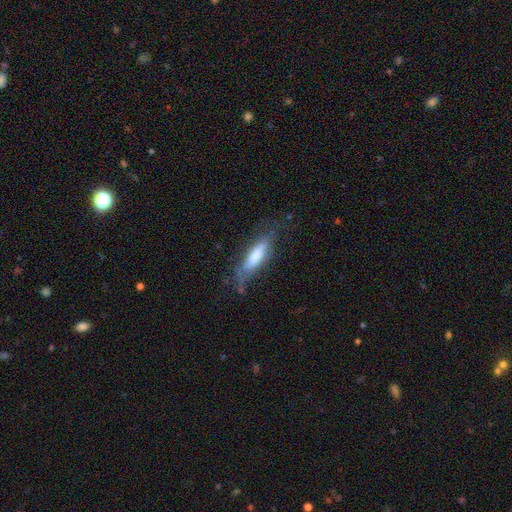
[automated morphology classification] This is possibly a smooth galaxy (57%). How rounded: possibly cigar-shaped (56%). Merging: possibly none (54%).